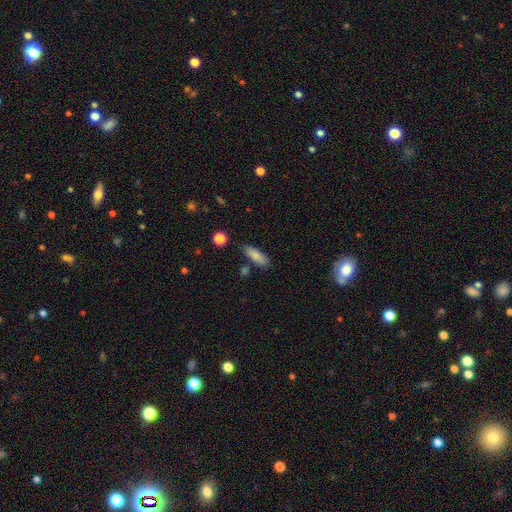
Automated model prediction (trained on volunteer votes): Smooth or featured? smooth (83%)
How rounded? in between (59%)
Merging? none (77%)